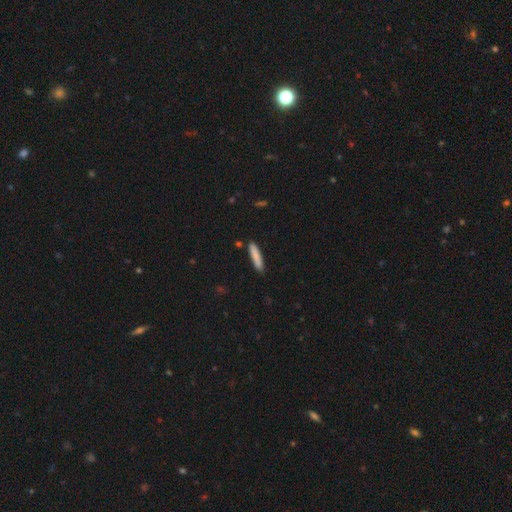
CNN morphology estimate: A smooth galaxy with no disk features (84%) that is cigar-shaped (89%).

Vote fractions:
- Smooth or featured? smooth: 84% / featured or disk: 10% / star or artifact: 6%
- How rounded? cigar-shaped: 89% / in between: 10% / round: 1%
- Merging? none: 85% / minor disturbance: 11% / merger: 3% / major disturbance: 2%